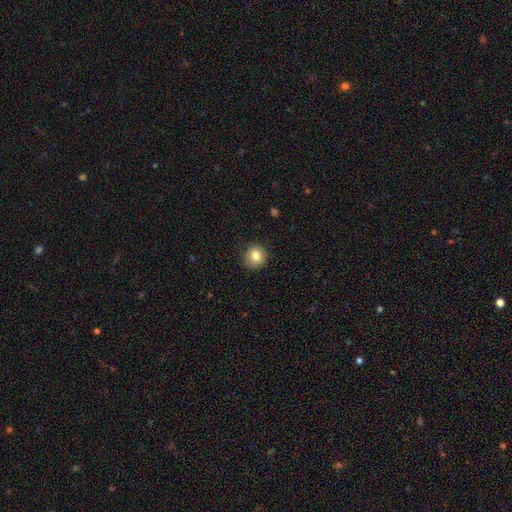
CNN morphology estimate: Smooth or featured?
  - smooth: 82% *
  - star or artifact: 10%
  - featured or disk: 9%
How rounded?
  - round: 91% *
  - in between: 8%
  - cigar-shaped: 1%
Merging?
  - none: 89% *
  - minor disturbance: 8%
  - major disturbance: 2%
  - merger: 1%